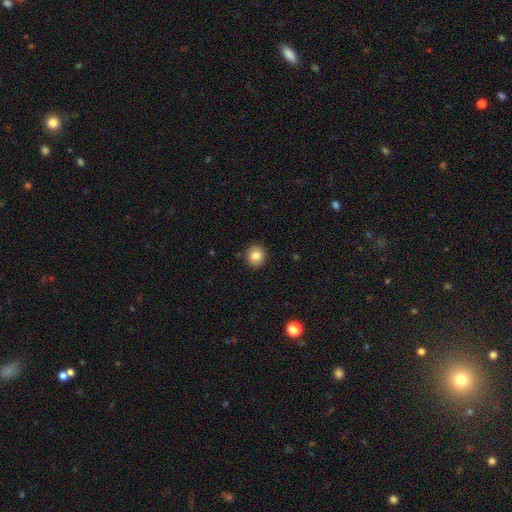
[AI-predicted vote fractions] smooth_or_featured: smooth (p=0.84) [alt: star or artifact p=0.09]
how_rounded: round (p=0.92) [alt: in between p=0.07]
merging: none (p=0.91) [alt: minor disturbance p=0.07]